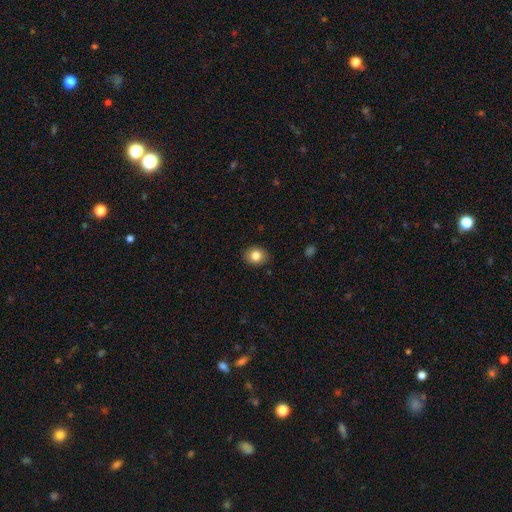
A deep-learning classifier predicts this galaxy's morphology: smooth_or_featured: smooth (p=0.83) [alt: star or artifact p=0.10]
how_rounded: round (p=0.64) [alt: in between p=0.35]
merging: none (p=0.88) [alt: minor disturbance p=0.09]